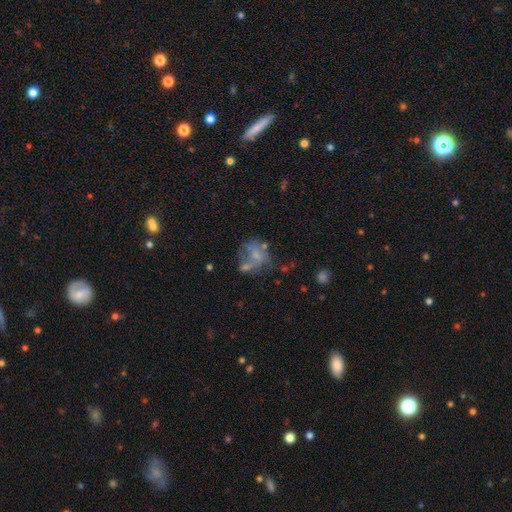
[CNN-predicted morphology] smooth-or-featured: featured or disk: 47% | smooth: 40% | star or artifact: 14%
  merging: none: 32% | major disturbance: 25% | merger: 24% | minor disturbance: 19%